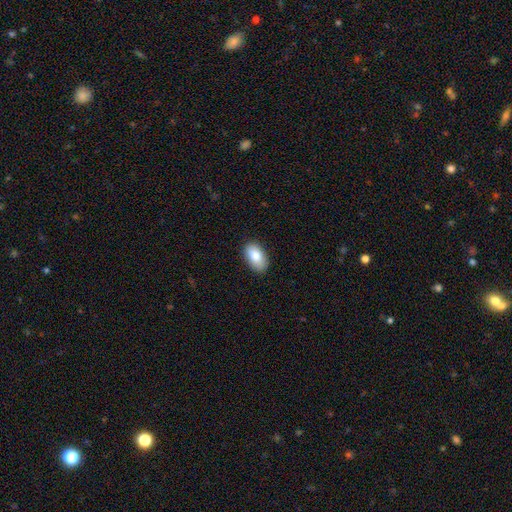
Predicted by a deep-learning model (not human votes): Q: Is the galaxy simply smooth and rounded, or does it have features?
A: smooth — 84%.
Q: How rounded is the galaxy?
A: in between — 94%.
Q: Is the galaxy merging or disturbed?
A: none — 87%.